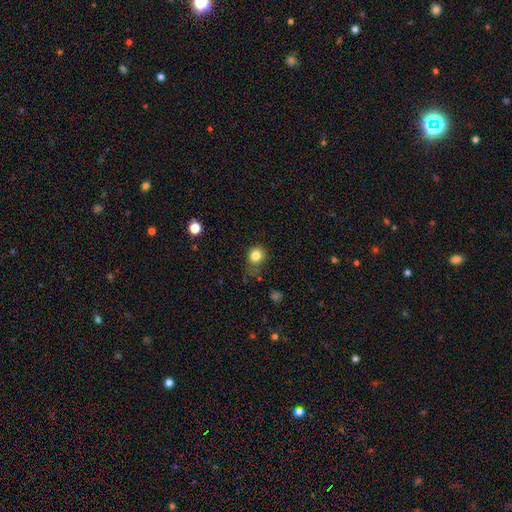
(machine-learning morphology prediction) type=smooth (81%); roundness=round (72%); merging=none (60%).